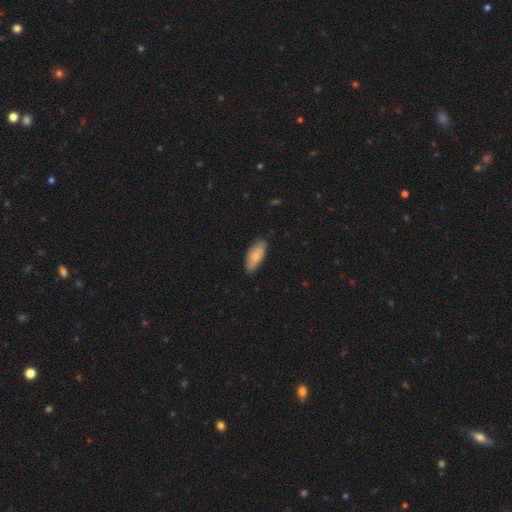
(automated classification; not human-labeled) Morphology: type=smooth (65%); roundness=in between (83%); merging=none (71%).